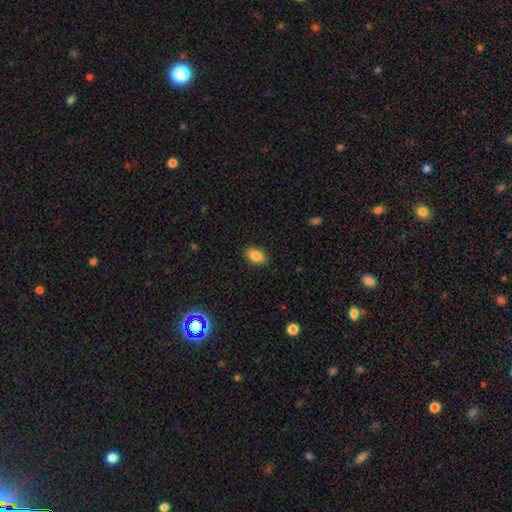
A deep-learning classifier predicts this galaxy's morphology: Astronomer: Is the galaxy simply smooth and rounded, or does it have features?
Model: smooth — 86%.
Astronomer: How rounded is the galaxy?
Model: in between — 88%.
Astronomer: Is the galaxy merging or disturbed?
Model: none — 88%.